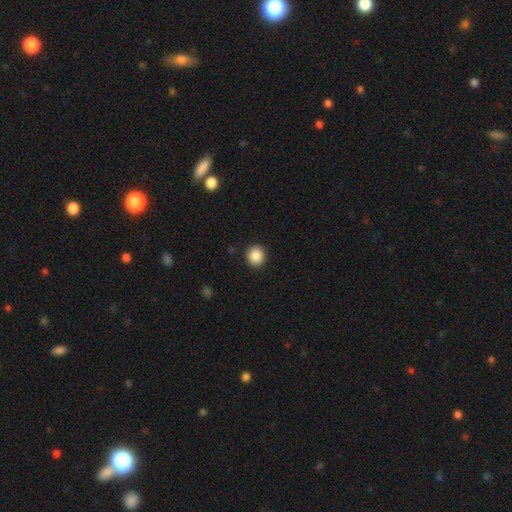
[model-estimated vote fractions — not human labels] smooth_or_featured: smooth (p=0.87) [alt: star or artifact p=0.09]
how_rounded: round (p=0.89) [alt: in between p=0.10]
merging: none (p=0.92) [alt: minor disturbance p=0.05]